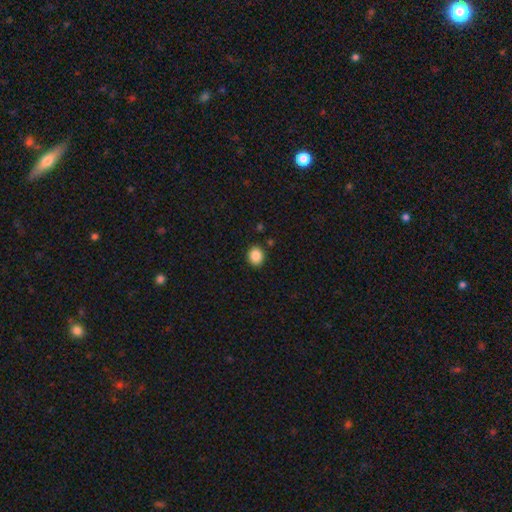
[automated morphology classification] This appears to be a smooth galaxy with no disk features (87%) that is round (67%). Merging: none (89%).